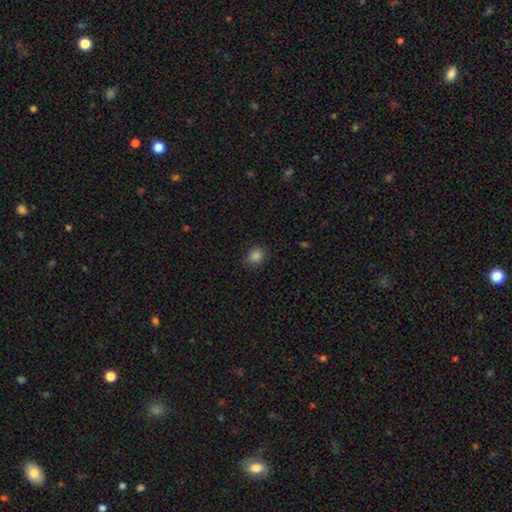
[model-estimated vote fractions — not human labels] Smooth or featured: smooth — 84% (star or artifact — 12%)
How rounded: round — 76% (in between — 23%)
Merging: none — 80% (minor disturbance — 16%)